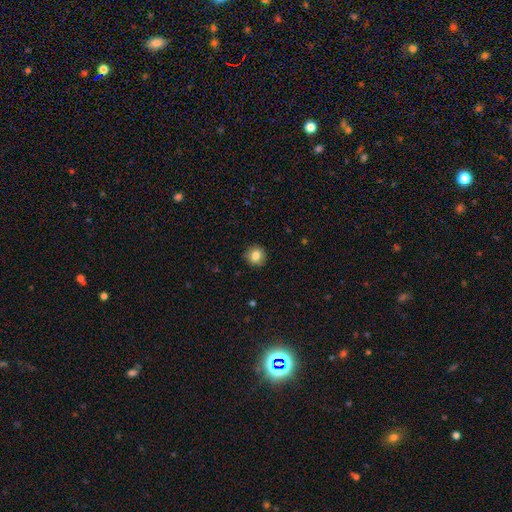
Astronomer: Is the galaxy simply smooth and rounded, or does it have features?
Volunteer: smooth — 86%.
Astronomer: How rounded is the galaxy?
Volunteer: round — 97%.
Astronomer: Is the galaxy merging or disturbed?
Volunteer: none — 94%.